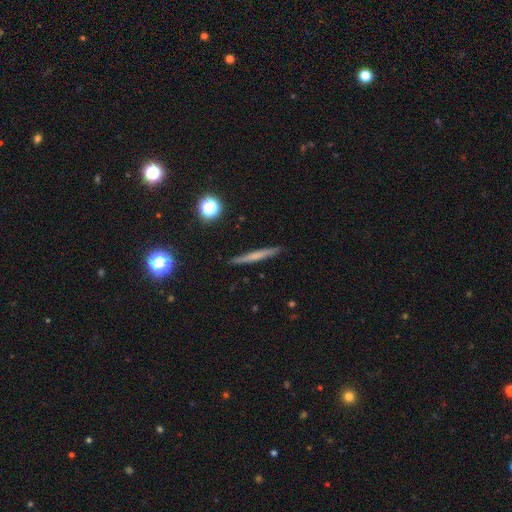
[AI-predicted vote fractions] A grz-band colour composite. It shows a smooth galaxy with no disk features (54%) that is cigar-shaped (94%). Merging: none (90%).